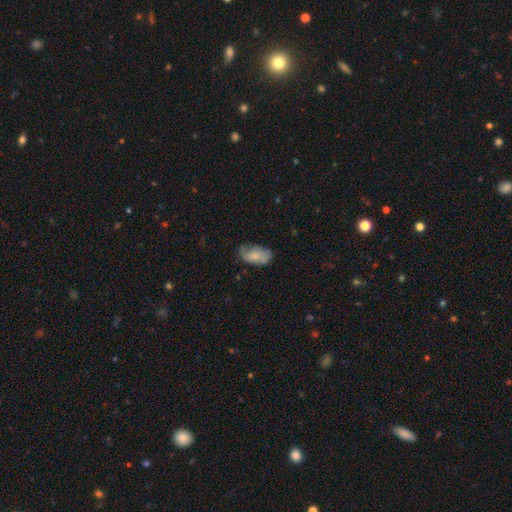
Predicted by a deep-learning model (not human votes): smooth 68%, featured or disk 25%, star or artifact 7%. Down the decision tree: how rounded — in between (93%); merging — none (55%).